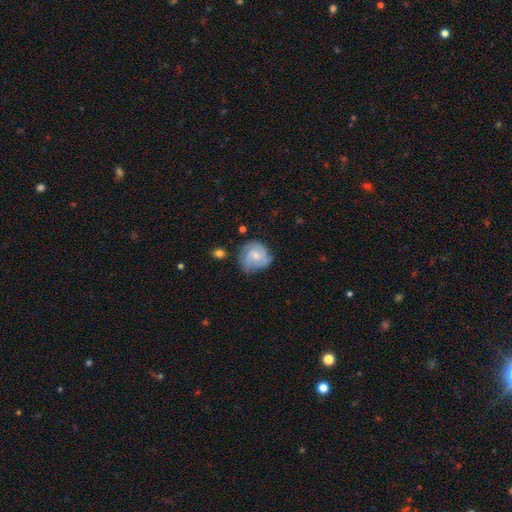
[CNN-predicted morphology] This is likely a featured or disk galaxy (61%). It is clearly not viewed edge-on (98%). Bar: likely no (64%). Spiral arm pattern: clearly yes (88%). Spiral arm count: marginally 3 (33%). Spiral winding: possibly tight (53%). Central bulge: possibly small (51%). Merging: possibly none (60%).